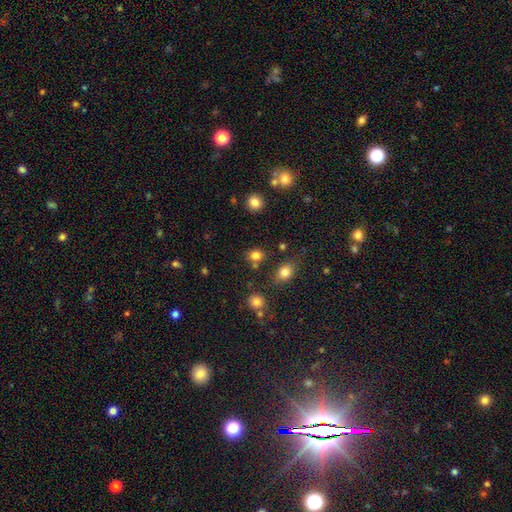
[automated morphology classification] A smooth galaxy with no disk features (81%) that is round (69%). Merging: none (76%).